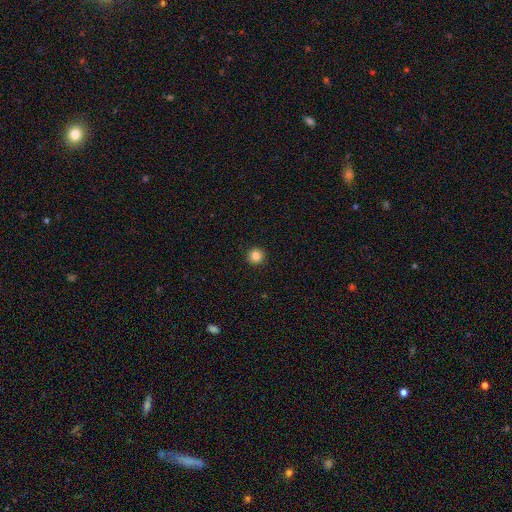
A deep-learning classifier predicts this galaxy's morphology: A smooth galaxy with no disk features (84%) that is round (95%).

Vote fractions:
- Smooth or featured? smooth: 84% / star or artifact: 11% / featured or disk: 5%
- How rounded? round: 95% / in between: 4% / cigar-shaped: 1%
- Merging? none: 93% / minor disturbance: 4% / major disturbance: 1% / merger: 1%